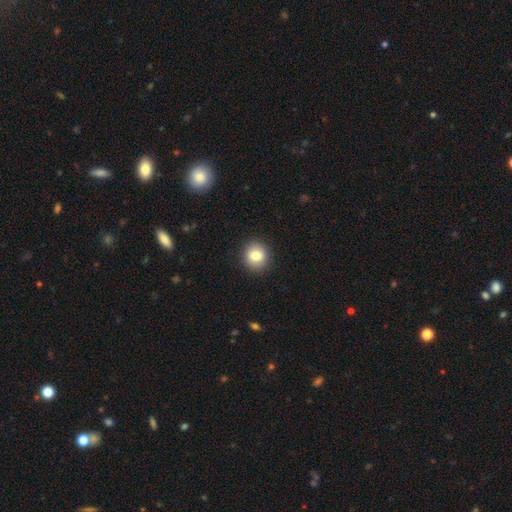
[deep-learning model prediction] A smooth galaxy with no disk features (80%) that is round (85%). Merging: none (91%).